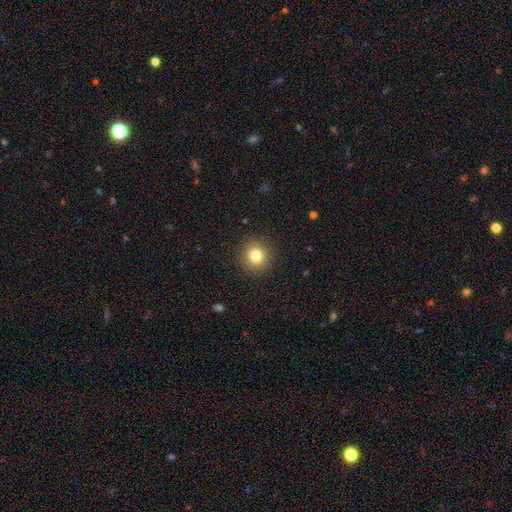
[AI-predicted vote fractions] This appears to be a smooth galaxy with no disk features (81%) that is round (91%). Merging: none (91%).